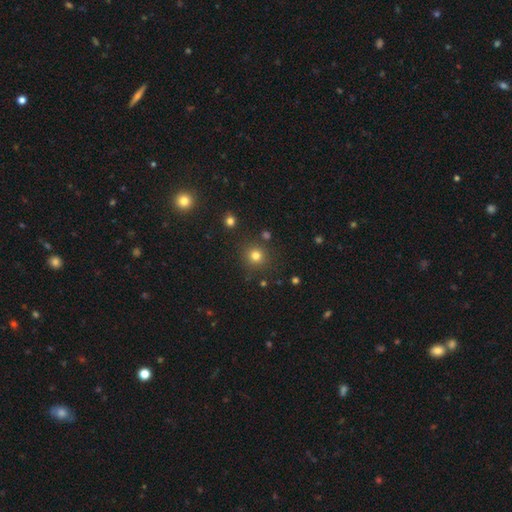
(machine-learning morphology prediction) The model was most divided on "smooth or featured": smooth: 79%, star or artifact: 15%, featured or disk: 6%. More confident: how rounded — round (93%); merging — none (85%).